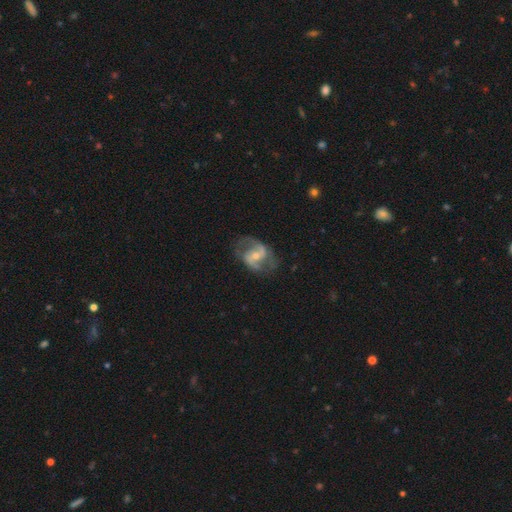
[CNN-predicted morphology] smooth-or-featured: featured or disk: 84% | smooth: 11% | star or artifact: 6%
  disk-edge-on: no: 97% | yes: 3%
    bar: weak: 43% | no: 36% | strong: 21%
    has-spiral-arms: yes: 93% | no: 7%
      spiral-winding: medium: 50% | loose: 36% | tight: 14%
      spiral-arm-count: 2: 88% | can't tell: 5% | 1: 2% | 3: 2% | 4: 1% | more than 4: 1%
    bulge-size: small: 49% | moderate: 46% | large: 2% | none: 2% | dominant: 1%
  merging: none: 69% | minor disturbance: 18% | major disturbance: 11% | merger: 1%